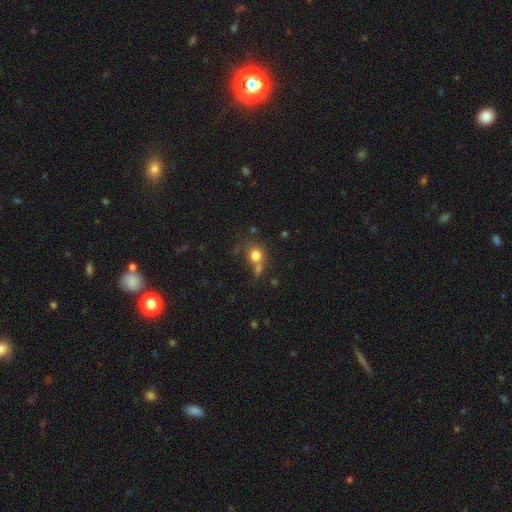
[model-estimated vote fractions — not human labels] A smooth galaxy with no disk features (78%) that is round (77%). Merging: none (48%).